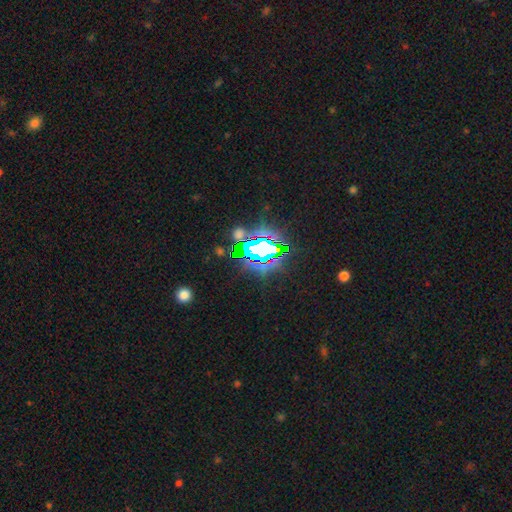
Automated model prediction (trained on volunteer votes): This appears to be a star or artifact, not a galaxy (75%).